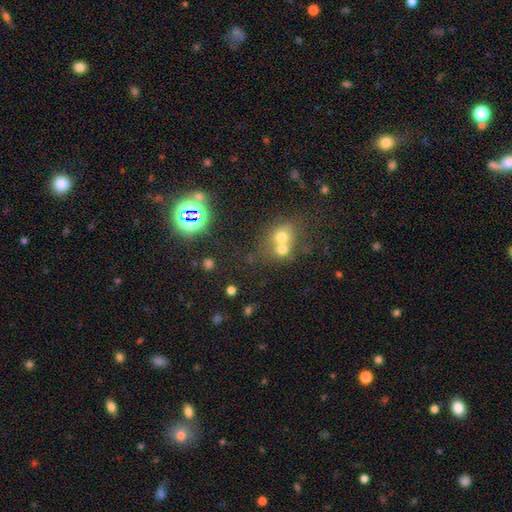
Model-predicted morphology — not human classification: A smooth galaxy with no disk features (44%).

Vote fractions:
- Smooth or featured? smooth: 44% / star or artifact: 43% / featured or disk: 13%
- Merging? none: 48% / merger: 40% / minor disturbance: 8% / major disturbance: 5%